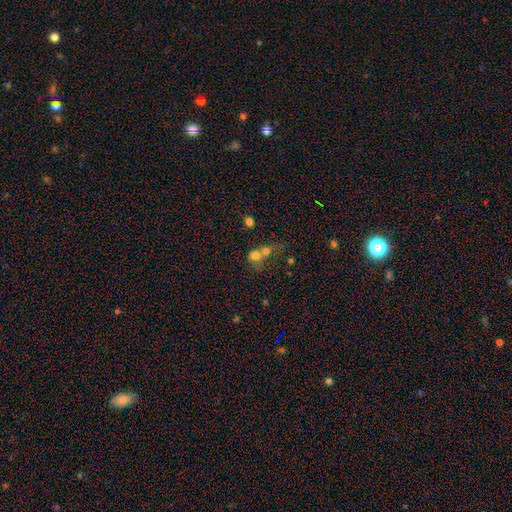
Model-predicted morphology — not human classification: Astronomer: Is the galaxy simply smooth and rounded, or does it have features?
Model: smooth — 72%.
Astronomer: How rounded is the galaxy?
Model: round — 75%.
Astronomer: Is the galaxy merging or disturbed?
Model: merger — 64%.